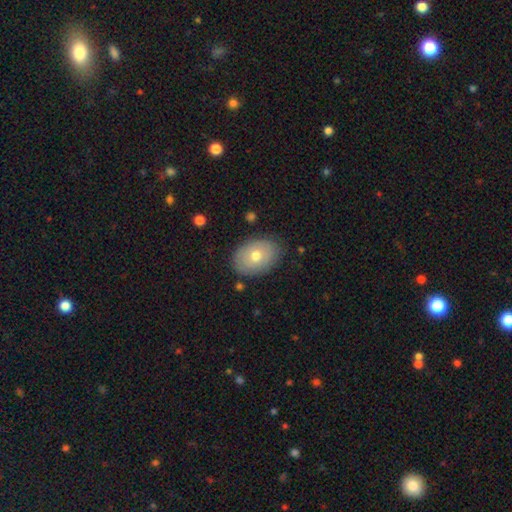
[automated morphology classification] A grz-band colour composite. It shows a smooth galaxy with no disk features (67%) that is in between round and cigar-shaped (79%). Merging: none (84%).